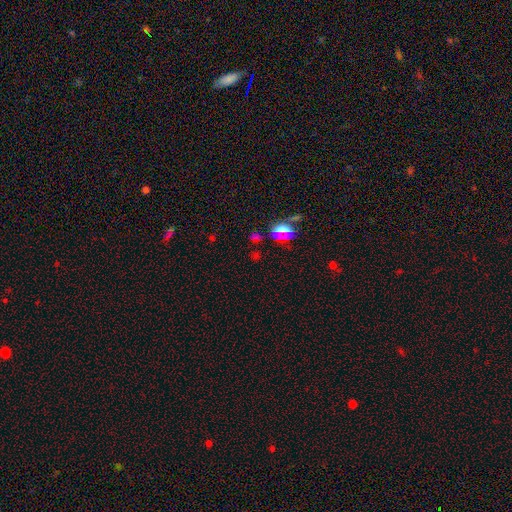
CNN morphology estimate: Smooth or featured? Predicted: star or artifact (p=0.62).